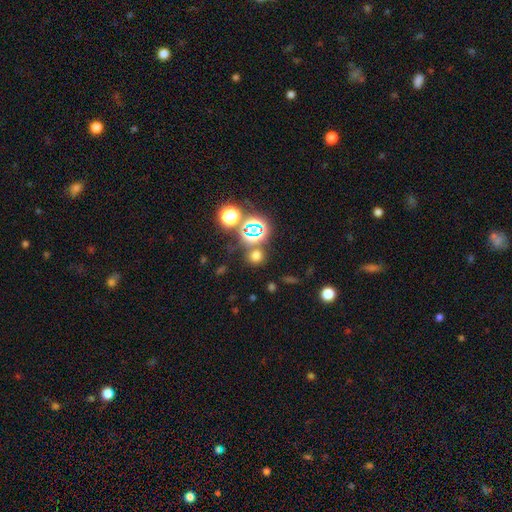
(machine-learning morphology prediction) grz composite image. It shows a smooth galaxy with no disk features (61%) that is round (86%). Merging: none (76%).